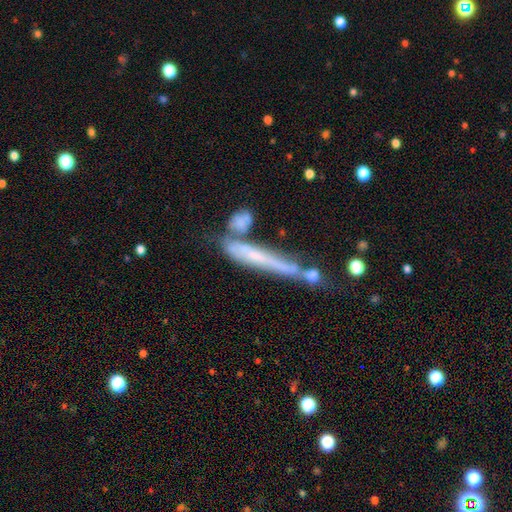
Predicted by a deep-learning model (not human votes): Morphology: type=featured or disk (55%); edge-on=yes (83%); merging=none (48%).